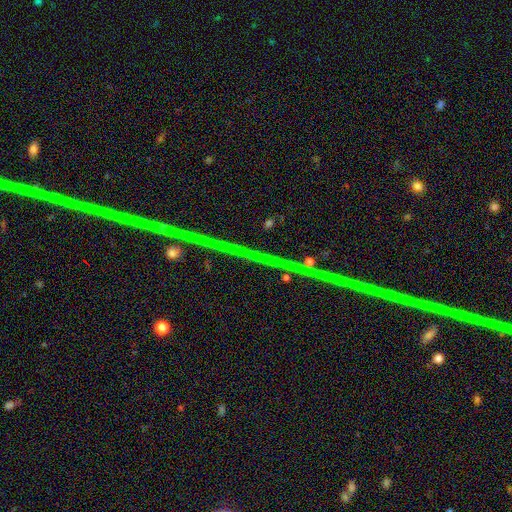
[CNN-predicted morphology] This appears to be a star or artifact, not a galaxy (77%).